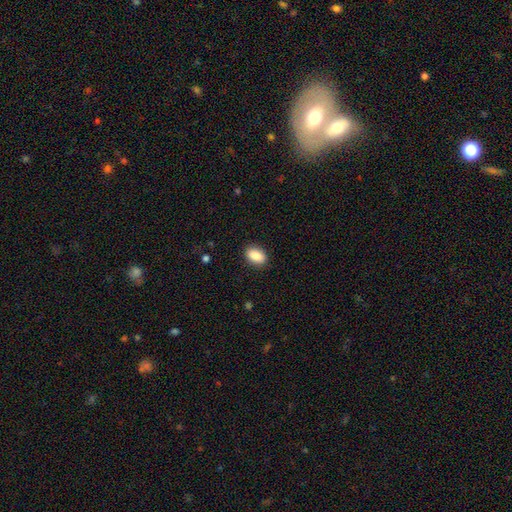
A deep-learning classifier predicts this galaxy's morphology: Smooth or featured: smooth — 88% (star or artifact — 7%)
How rounded: in between — 88% (round — 11%)
Merging: none — 89% (minor disturbance — 8%)